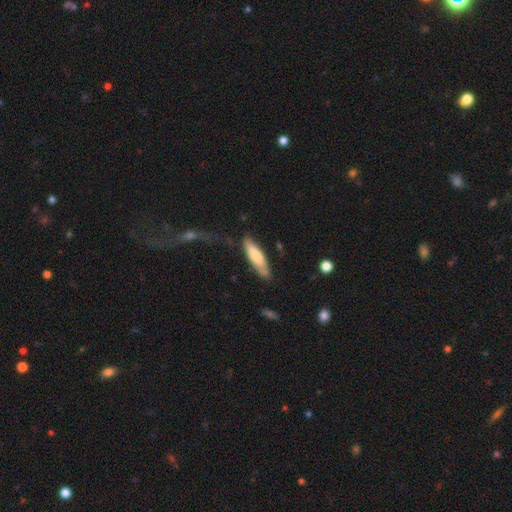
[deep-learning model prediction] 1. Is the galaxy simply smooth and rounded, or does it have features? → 73% smooth, 22% featured or disk, 5% star or artifact.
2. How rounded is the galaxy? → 65% cigar-shaped, 34% in between, 1% round.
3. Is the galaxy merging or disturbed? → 71% none, 21% minor disturbance, 6% major disturbance, 3% merger.